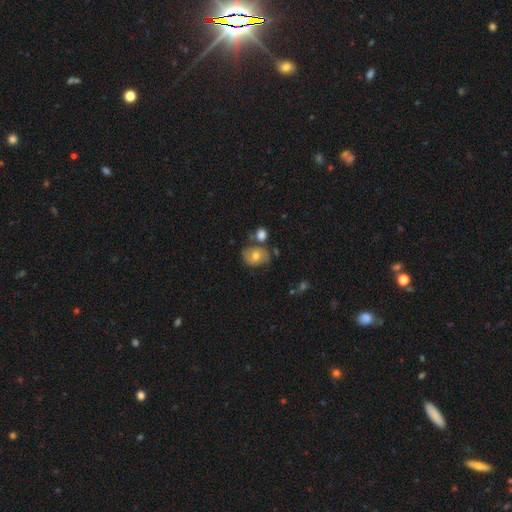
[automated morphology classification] Smooth or featured? Predicted: smooth (p=0.52). How rounded? Predicted: in between (p=0.56). Merging? Predicted: none (p=0.61).